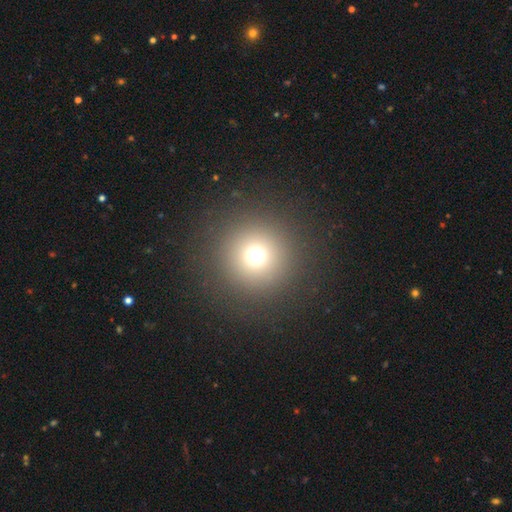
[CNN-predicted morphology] A smooth galaxy with no disk features (70%) that is round (96%). Merging: none (90%).